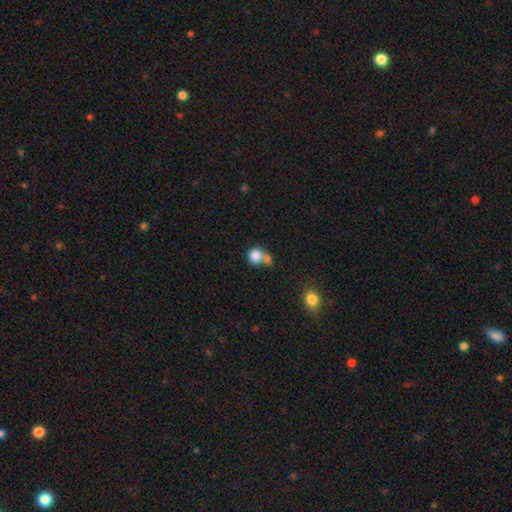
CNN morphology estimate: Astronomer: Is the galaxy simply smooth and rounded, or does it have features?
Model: smooth — 83%.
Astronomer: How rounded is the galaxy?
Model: round — 85%.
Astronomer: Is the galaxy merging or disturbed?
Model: merger — 43%, tied with none at 43%.